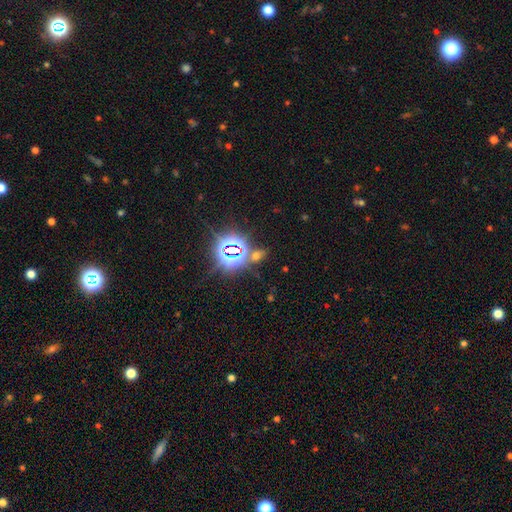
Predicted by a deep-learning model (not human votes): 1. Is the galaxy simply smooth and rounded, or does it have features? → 60% star or artifact, 32% smooth, 8% featured or disk.